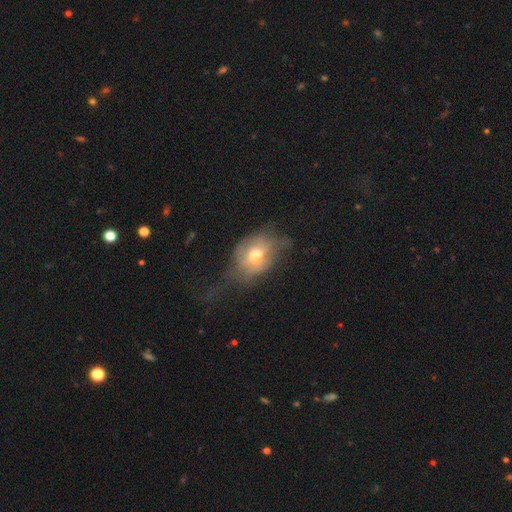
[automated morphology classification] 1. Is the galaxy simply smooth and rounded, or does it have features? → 54% smooth, 37% featured or disk, 10% star or artifact.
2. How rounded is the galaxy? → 64% in between, 34% round, 2% cigar-shaped.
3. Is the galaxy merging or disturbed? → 35% major disturbance, 33% none, 30% minor disturbance, 2% merger.